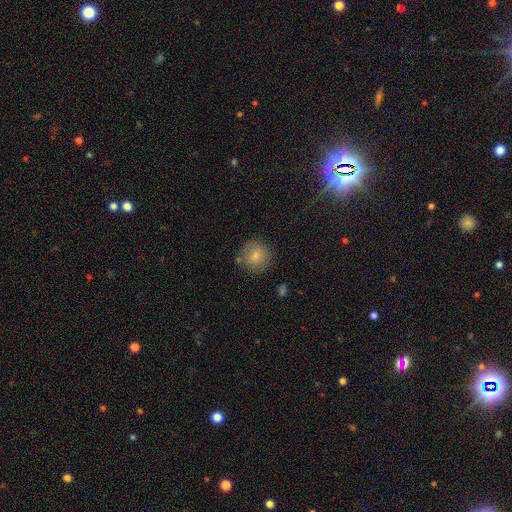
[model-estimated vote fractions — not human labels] This is clearly a smooth galaxy (81%). How rounded: clearly round (93%). Merging: clearly none (81%).